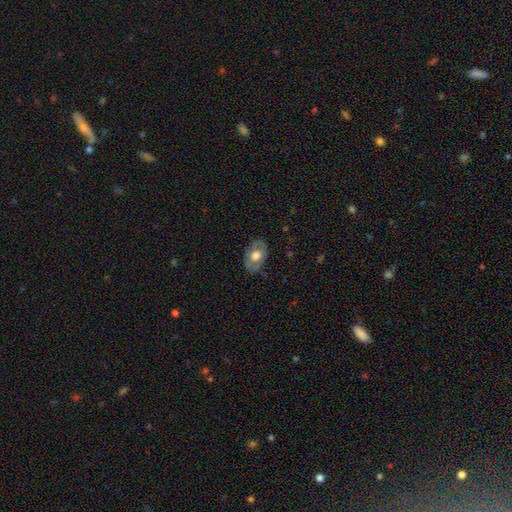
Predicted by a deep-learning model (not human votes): Smooth or featured? Predicted: smooth (p=0.52). How rounded? Predicted: in between (p=0.84). Merging? Predicted: none (p=0.78).